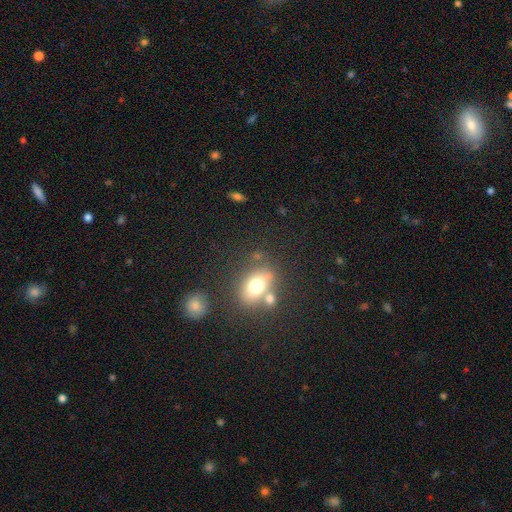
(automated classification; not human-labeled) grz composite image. It shows a smooth galaxy with no disk features (55%) that is in between round and cigar-shaped (61%). Merging: none (58%).